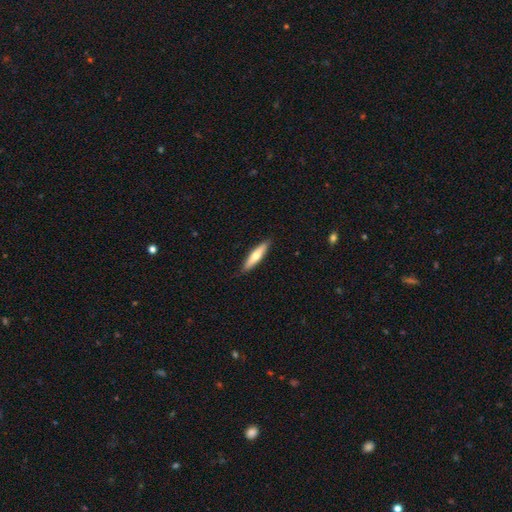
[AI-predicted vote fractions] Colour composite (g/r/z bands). It shows a smooth galaxy with no disk features (58%) that is cigar-shaped (80%). Merging: none (89%).